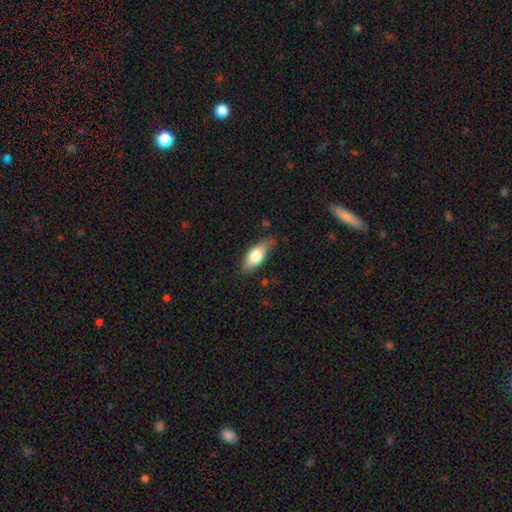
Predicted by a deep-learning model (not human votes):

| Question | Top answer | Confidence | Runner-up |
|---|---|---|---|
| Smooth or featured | smooth | 73% | featured or disk (21%) |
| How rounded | in between | 82% | cigar-shaped (16%) |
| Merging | none | 73% | minor disturbance (22%) |